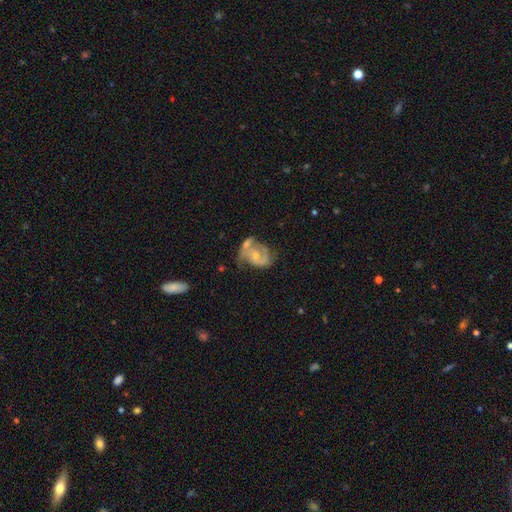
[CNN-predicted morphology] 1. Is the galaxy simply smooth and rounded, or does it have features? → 80% featured or disk, 14% smooth, 6% star or artifact.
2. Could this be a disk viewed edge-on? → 98% no, 2% yes.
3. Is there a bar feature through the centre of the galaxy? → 63% no, 30% weak, 6% strong.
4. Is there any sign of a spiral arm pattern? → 91% yes, 9% no.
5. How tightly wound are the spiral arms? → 48% medium, 32% tight, 20% loose.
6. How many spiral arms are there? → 75% 2, 9% can't tell, 8% 1, 4% 3, 1% 4, 1% more than 4.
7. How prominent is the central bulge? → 49% small, 44% moderate, 3% none, 2% large, 1% dominant.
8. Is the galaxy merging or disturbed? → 36% none, 24% merger, 22% minor disturbance, 18% major disturbance.